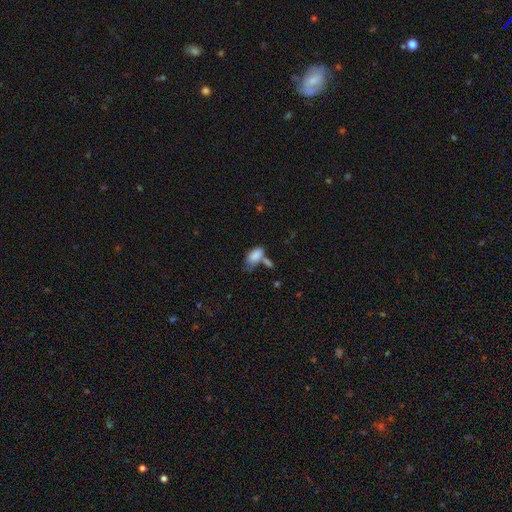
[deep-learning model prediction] Overall: smooth (84%). How rounded: in between (93%). Merging: none (33%; merger 32%).